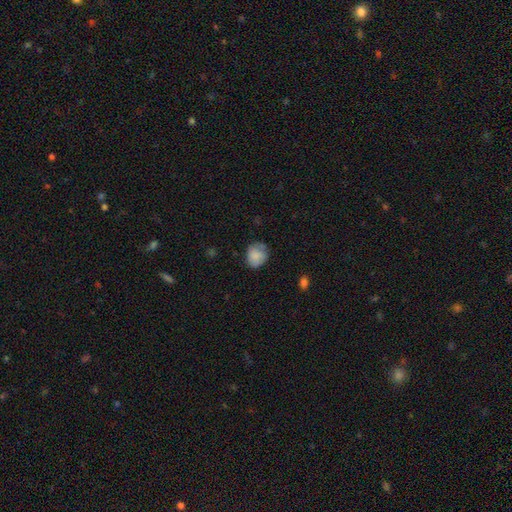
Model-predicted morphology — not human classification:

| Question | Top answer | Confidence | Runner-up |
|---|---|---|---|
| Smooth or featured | smooth | 81% | featured or disk (11%) |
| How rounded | round | 63% | in between (36%) |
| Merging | none | 62% | minor disturbance (27%) |